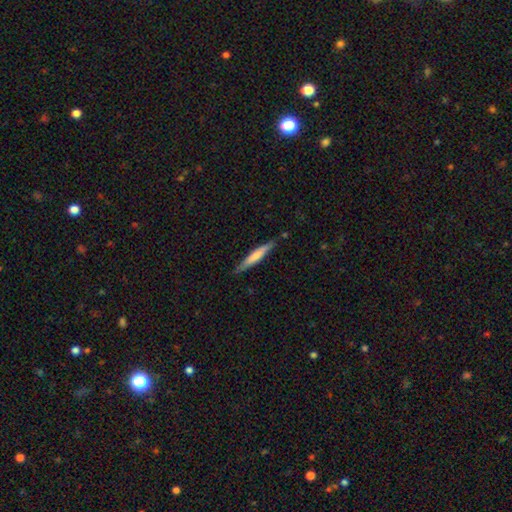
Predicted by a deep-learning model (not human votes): This appears to be a smooth galaxy with no disk features (60%) that is cigar-shaped (94%). Merging: none (85%).